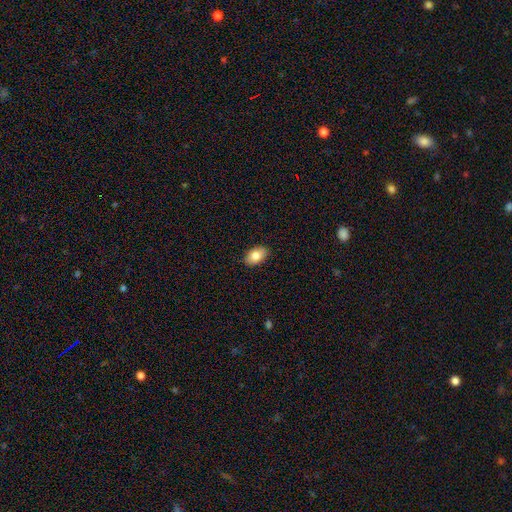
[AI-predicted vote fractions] Morphology: type=smooth (83%); roundness=in between (91%); merging=none (88%).